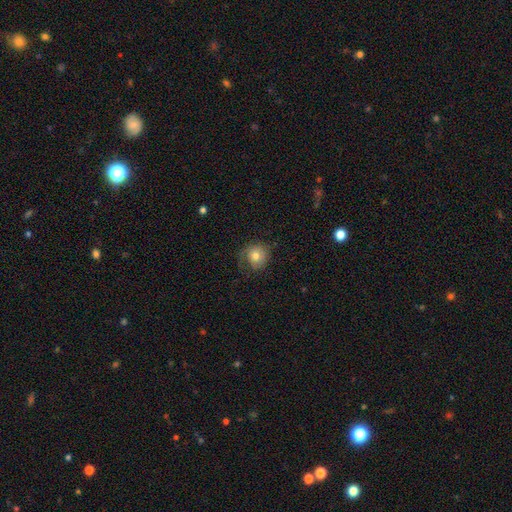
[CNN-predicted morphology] A smooth galaxy with no disk features (67%) that is round (85%).

Vote fractions:
- Smooth or featured? smooth: 67% / featured or disk: 24% / star or artifact: 9%
- How rounded? round: 85% / in between: 14% / cigar-shaped: 1%
- Merging? none: 58% / minor disturbance: 23% / major disturbance: 18% / merger: 1%